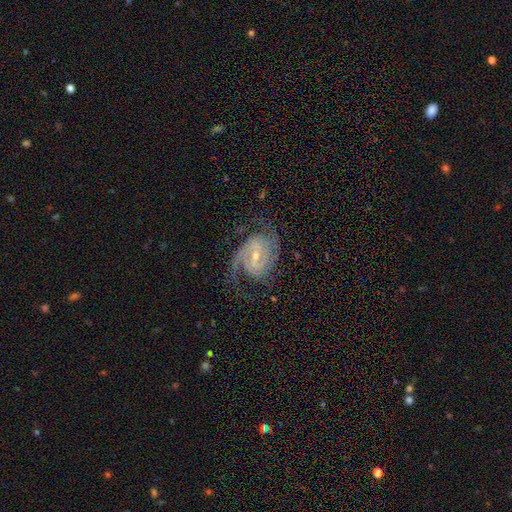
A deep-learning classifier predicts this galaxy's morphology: This is clearly a featured or disk galaxy (91%). It is clearly not viewed edge-on (97%). Bar: possibly weak (51%). Spiral arm pattern: clearly yes (98%). Spiral arm count: likely 2 (67%). Spiral winding: possibly tight (49%). Central bulge: possibly small (59%). Merging: likely none (72%).